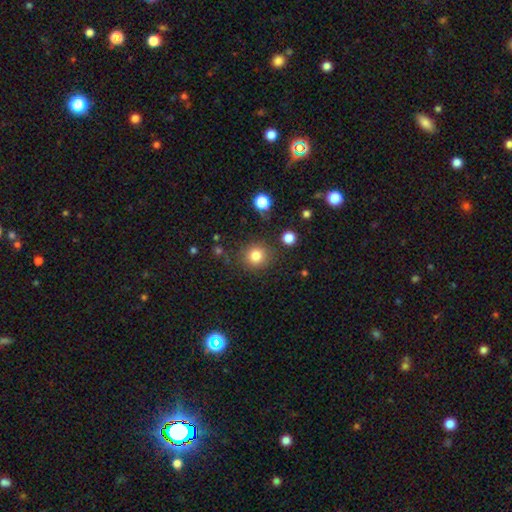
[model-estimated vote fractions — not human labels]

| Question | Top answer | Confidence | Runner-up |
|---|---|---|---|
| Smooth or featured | smooth | 81% | star or artifact (12%) |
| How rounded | round | 89% | in between (10%) |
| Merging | none | 83% | minor disturbance (9%) |